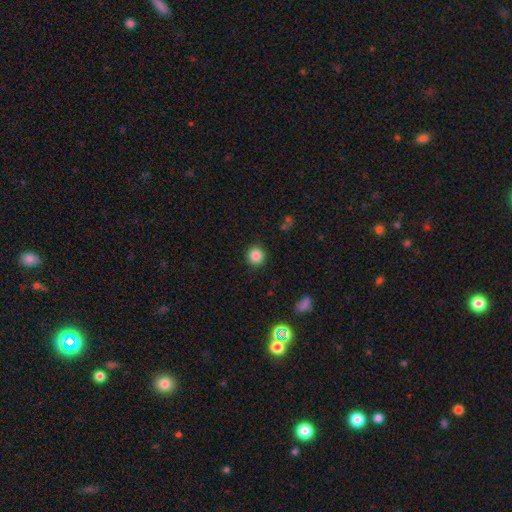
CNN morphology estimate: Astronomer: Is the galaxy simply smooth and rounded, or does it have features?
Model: smooth — 85%.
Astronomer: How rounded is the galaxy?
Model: round — 93%.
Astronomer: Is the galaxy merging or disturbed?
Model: none — 91%.